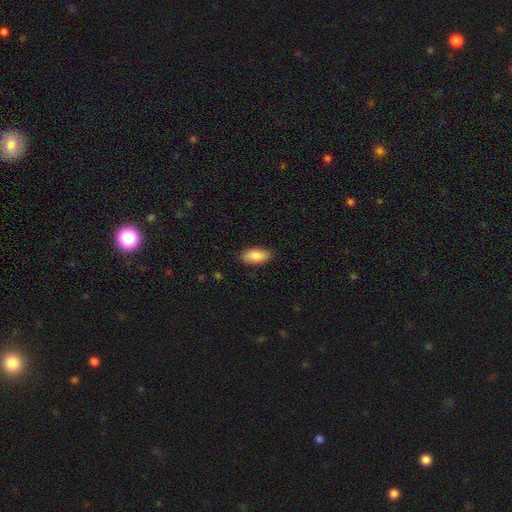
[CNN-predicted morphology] This is clearly a smooth galaxy (86%). How rounded: clearly in between (90%). Merging: clearly none (85%).